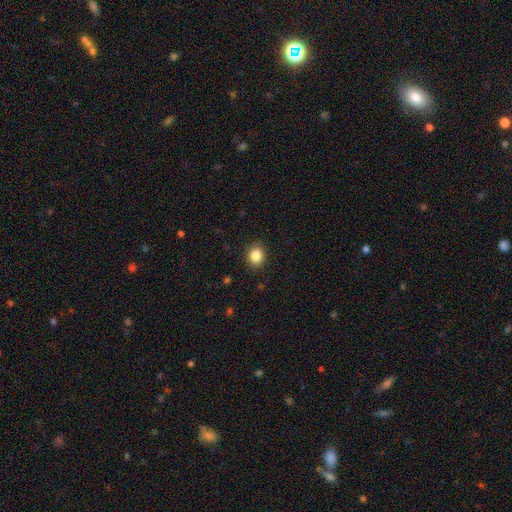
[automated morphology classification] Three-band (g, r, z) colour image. It shows a smooth galaxy with no disk features (85%) that is round (65%). Merging: none (90%).